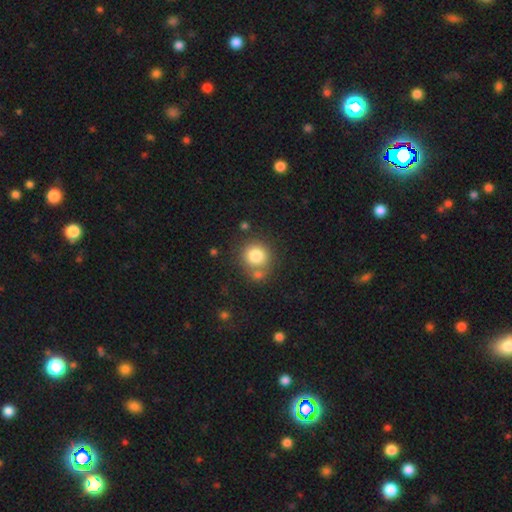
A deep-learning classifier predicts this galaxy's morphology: Q: Smooth or featured?
A: smooth (81%); runner-up: star or artifact (11%)
Q: How rounded?
A: round (88%); runner-up: in between (11%)
Q: Merging?
A: none (62%); runner-up: merger (22%)